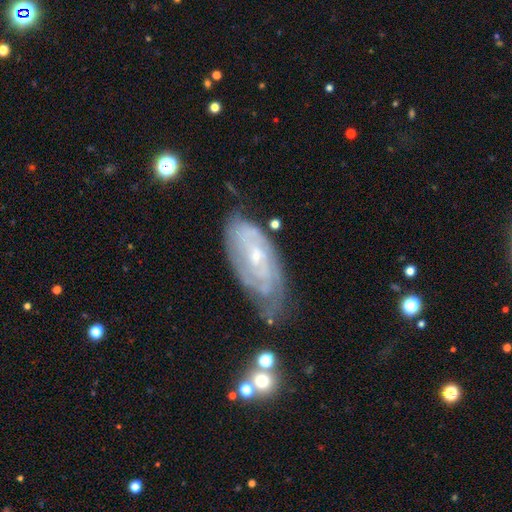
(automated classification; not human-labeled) Smooth or featured? featured or disk (80%)
Edge-on disk? no (92%)
Bar? no (61%)
Spiral arms? yes (91%)
Spiral winding? tight (67%)
Spiral arm count? can't tell (46%)
Bulge size? small (69%)
Merging? none (57%)